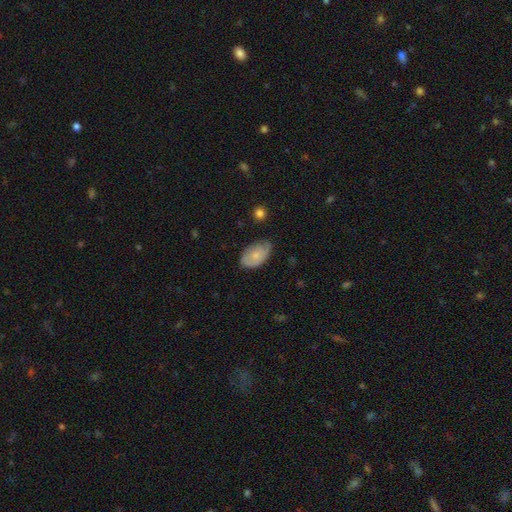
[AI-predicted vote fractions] A smooth galaxy with no disk features (68%) that is in between round and cigar-shaped (92%). Merging: none (61%).